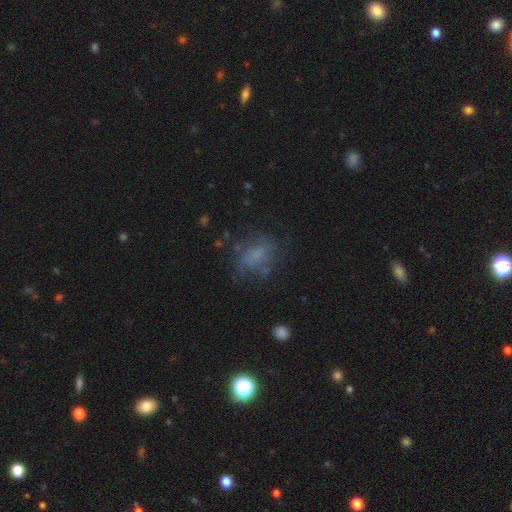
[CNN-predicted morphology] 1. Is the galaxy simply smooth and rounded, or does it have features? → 51% smooth, 32% featured or disk, 17% star or artifact.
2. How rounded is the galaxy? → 62% in between, 36% round, 2% cigar-shaped.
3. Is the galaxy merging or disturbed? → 57% none, 22% minor disturbance, 19% major disturbance, 3% merger.